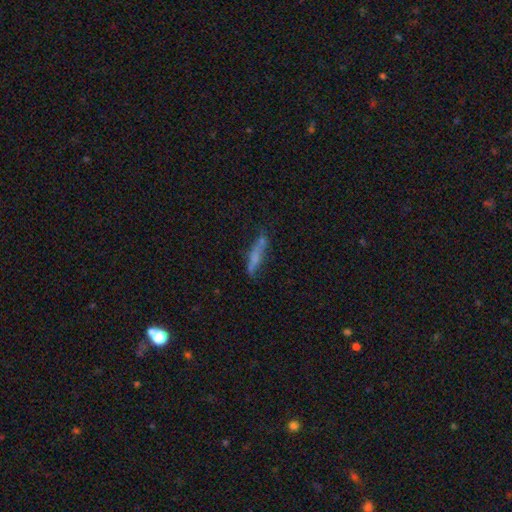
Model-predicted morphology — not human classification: type=smooth (52%); roundness=cigar-shaped (82%); merging=none (58%).